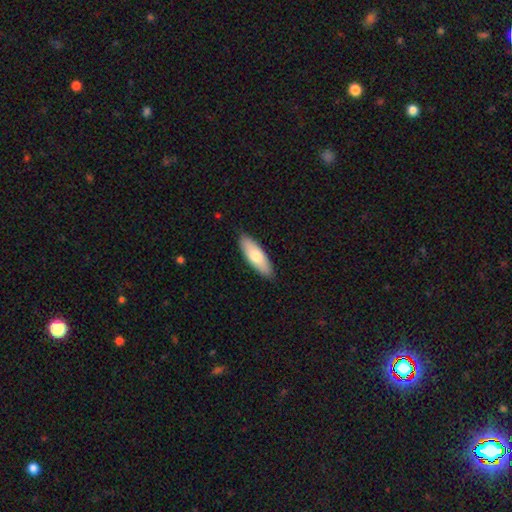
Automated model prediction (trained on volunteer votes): A smooth galaxy with no disk features (72%) that is in between round and cigar-shaped (63%). Merging: none (88%).